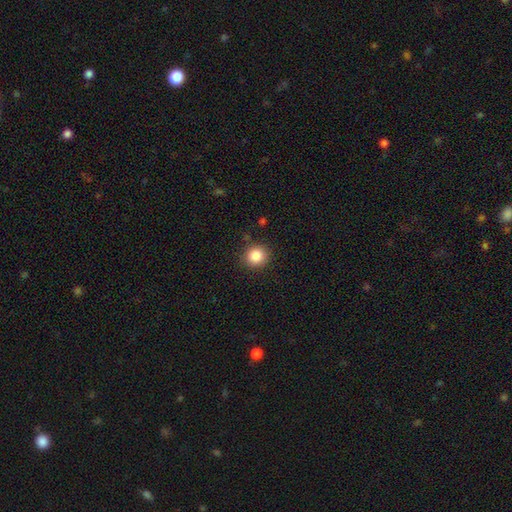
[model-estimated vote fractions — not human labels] Q: Smooth or featured?
A: smooth (86%); runner-up: star or artifact (10%)
Q: How rounded?
A: round (88%); runner-up: in between (11%)
Q: Merging?
A: none (88%); runner-up: minor disturbance (8%)